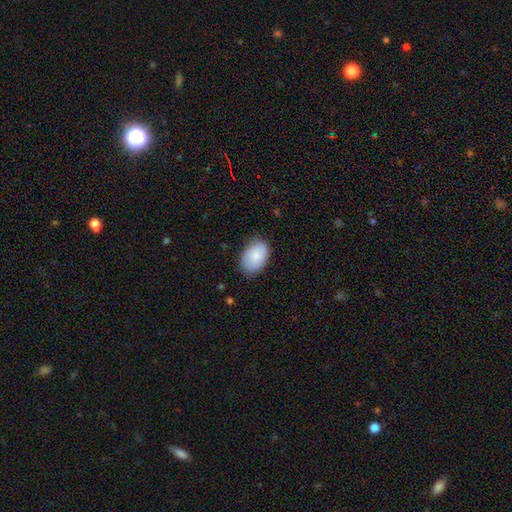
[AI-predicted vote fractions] Overall: smooth (84%). How rounded: in between (89%). Merging: none (79%).